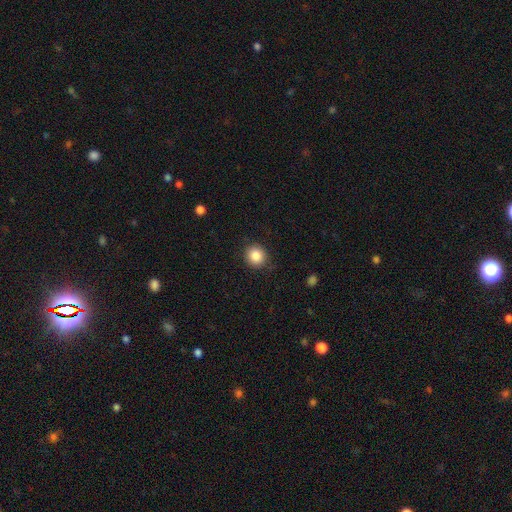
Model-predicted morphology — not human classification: A smooth galaxy with no disk features (86%) that is round (85%).

Vote fractions:
- Smooth or featured? smooth: 86% / star or artifact: 9% / featured or disk: 5%
- How rounded? round: 85% / in between: 14% / cigar-shaped: 1%
- Merging? none: 88% / minor disturbance: 8% / major disturbance: 2% / merger: 1%